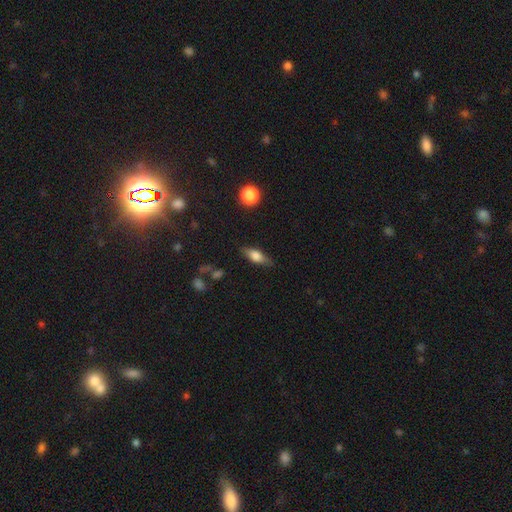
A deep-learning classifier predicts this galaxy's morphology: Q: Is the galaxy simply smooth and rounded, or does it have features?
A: smooth — 65%.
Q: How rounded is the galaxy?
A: in between — 66%.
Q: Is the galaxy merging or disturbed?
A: none — 81%.